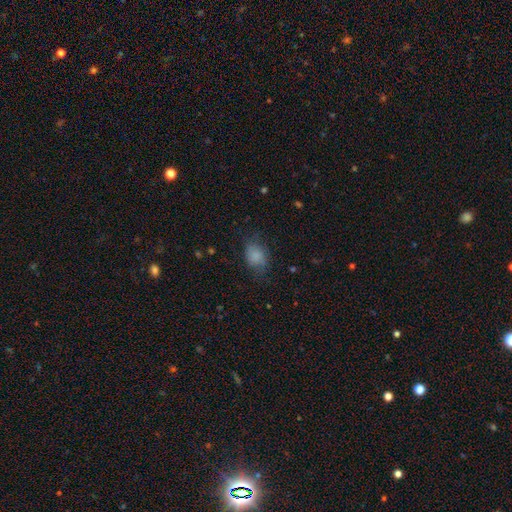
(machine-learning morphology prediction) Smooth or featured: smooth — 81% (star or artifact — 9%)
How rounded: in between — 62% (round — 36%)
Merging: none — 64% (minor disturbance — 25%)